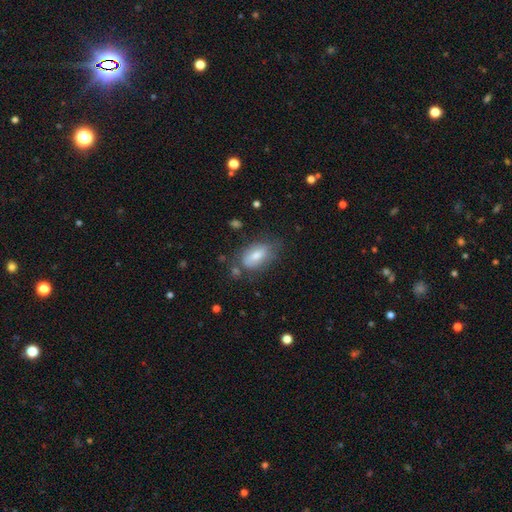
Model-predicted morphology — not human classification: The model was most divided on "merging": none: 63%, minor disturbance: 24%, major disturbance: 8%, merger: 5%. More confident: how rounded — in between (90%); smooth or featured — smooth (70%).